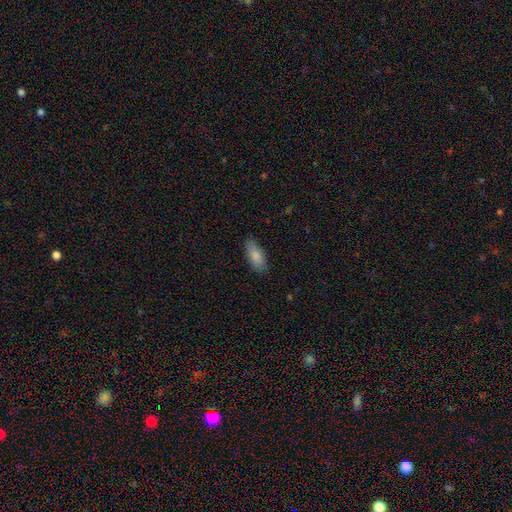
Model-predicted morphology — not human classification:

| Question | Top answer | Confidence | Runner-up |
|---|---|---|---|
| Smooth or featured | smooth | 84% | featured or disk (10%) |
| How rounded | in between | 84% | cigar-shaped (14%) |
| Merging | none | 82% | minor disturbance (14%) |